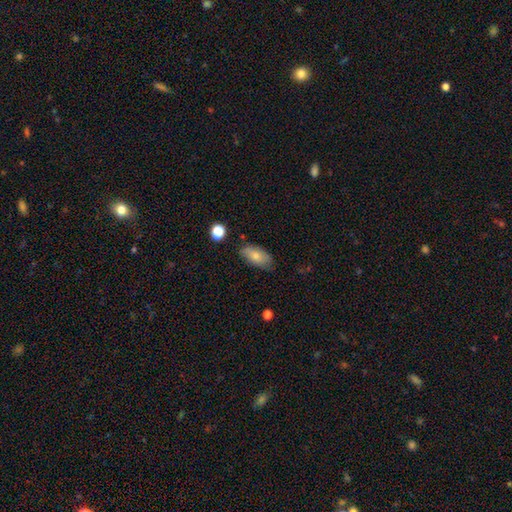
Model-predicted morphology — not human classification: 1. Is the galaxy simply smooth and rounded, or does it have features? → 74% smooth, 19% featured or disk, 7% star or artifact.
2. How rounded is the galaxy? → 90% in between, 6% cigar-shaped, 3% round.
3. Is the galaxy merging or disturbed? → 72% none, 22% minor disturbance, 4% major disturbance, 2% merger.